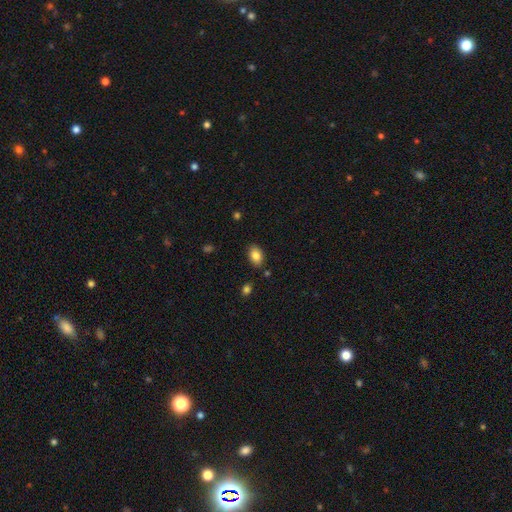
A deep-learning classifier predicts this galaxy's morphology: A smooth galaxy with no disk features (84%) that is in between round and cigar-shaped (84%).

Vote fractions:
- Smooth or featured? smooth: 84% / star or artifact: 9% / featured or disk: 7%
- How rounded? in between: 84% / round: 15% / cigar-shaped: 1%
- Merging? none: 83% / minor disturbance: 11% / major disturbance: 3% / merger: 3%